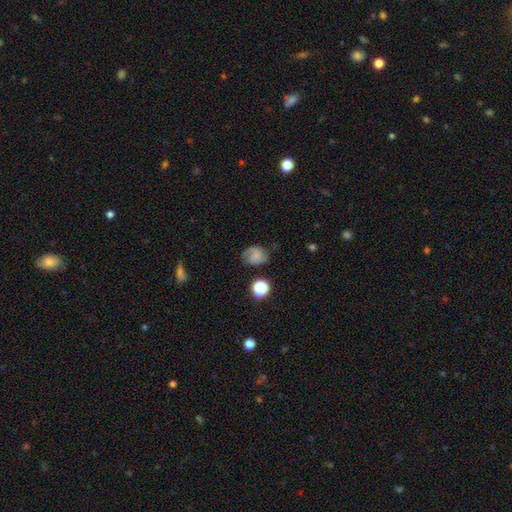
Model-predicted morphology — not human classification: type=featured or disk (50%); merging=none (70%).